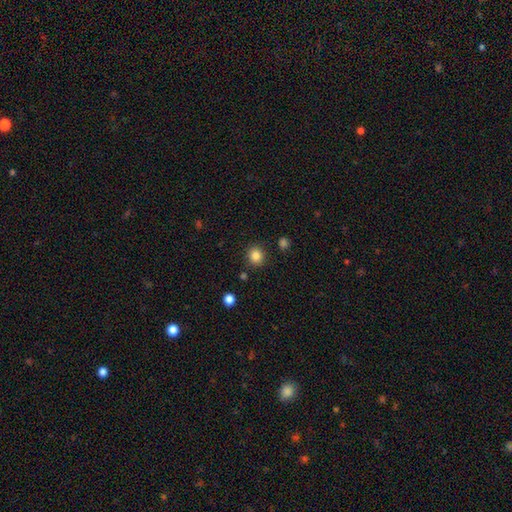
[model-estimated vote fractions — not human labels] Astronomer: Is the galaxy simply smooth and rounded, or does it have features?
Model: smooth — 85%.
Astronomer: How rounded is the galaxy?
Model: round — 89%.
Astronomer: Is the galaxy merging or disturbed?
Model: none — 88%.